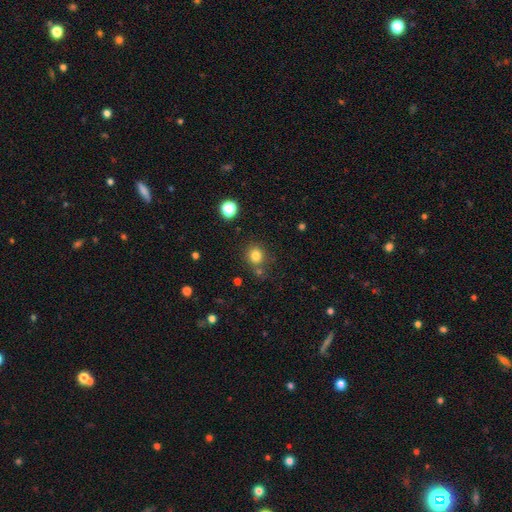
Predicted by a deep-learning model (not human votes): Smooth or featured? Predicted: smooth (p=0.80). How rounded? Predicted: round (p=0.88). Merging? Predicted: none (p=0.75).